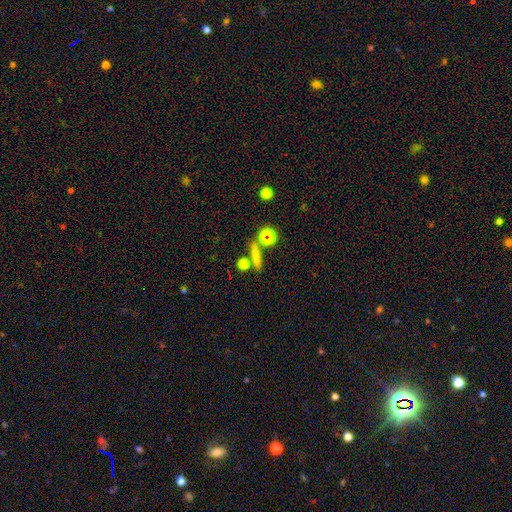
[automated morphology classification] smooth_or_featured: smooth (p=0.68) [alt: star or artifact p=0.19]
how_rounded: cigar-shaped (p=0.57) [alt: round p=0.26]
merging: none (p=0.73) [alt: merger p=0.13]